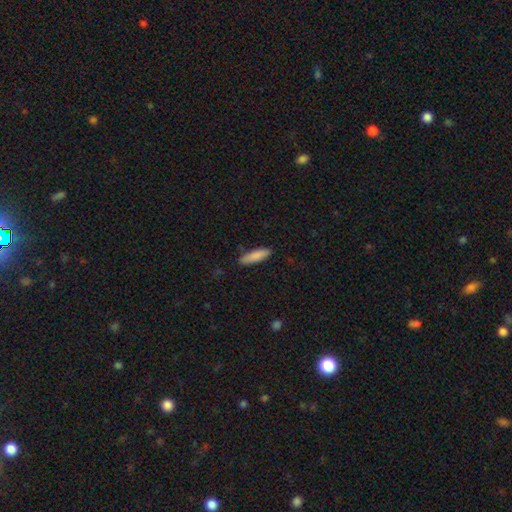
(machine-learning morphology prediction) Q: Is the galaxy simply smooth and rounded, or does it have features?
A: smooth — 87%.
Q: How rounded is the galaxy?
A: cigar-shaped — 63%.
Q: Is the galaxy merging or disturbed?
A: none — 85%.